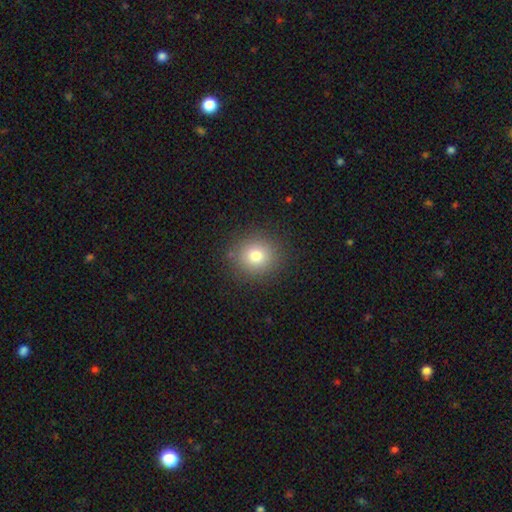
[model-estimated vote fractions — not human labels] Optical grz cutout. It shows a smooth galaxy with no disk features (78%) that is round (89%). Merging: none (88%).